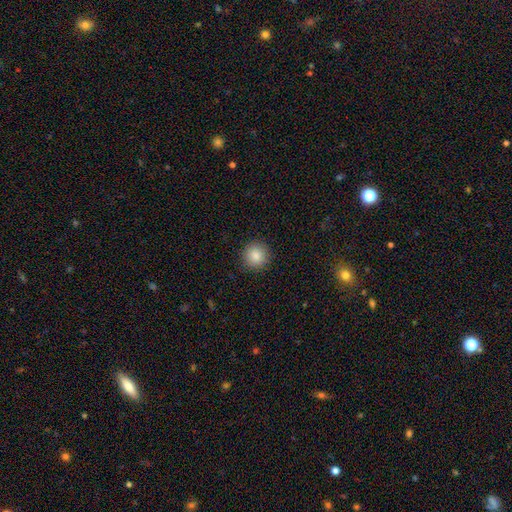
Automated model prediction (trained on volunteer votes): This is clearly a smooth galaxy (87%). How rounded: clearly round (94%). Merging: clearly none (91%).